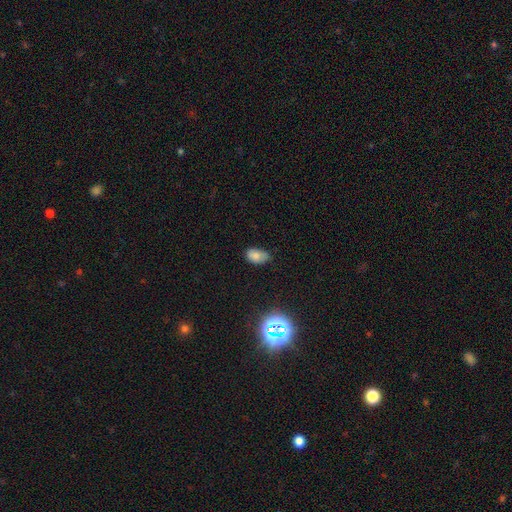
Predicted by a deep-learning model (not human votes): Smooth or featured: smooth — 78% (star or artifact — 13%)
How rounded: in between — 90% (round — 8%)
Merging: none — 59% (minor disturbance — 33%)